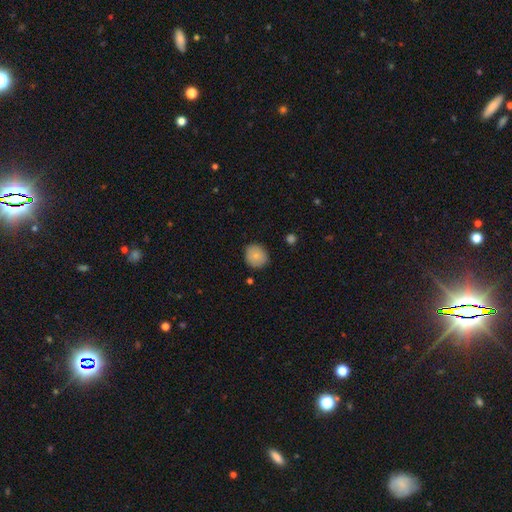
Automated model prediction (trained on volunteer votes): smooth 82%, featured or disk 9%, star or artifact 8%. Down the decision tree: how rounded — round (84%); merging — none (82%).